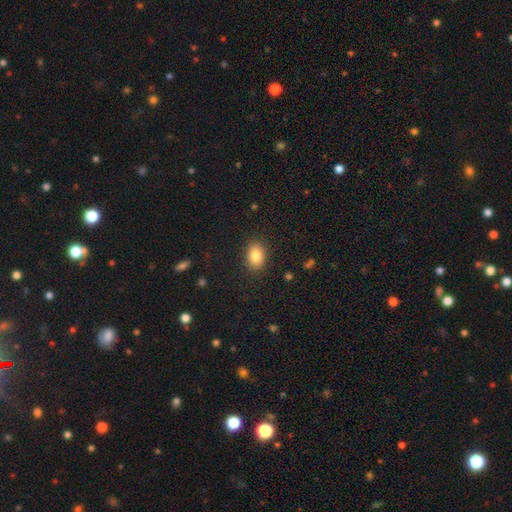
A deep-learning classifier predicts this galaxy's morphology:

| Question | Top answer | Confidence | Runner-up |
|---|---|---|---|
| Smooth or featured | smooth | 85% | star or artifact (8%) |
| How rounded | in between | 83% | round (16%) |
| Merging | none | 87% | minor disturbance (9%) |